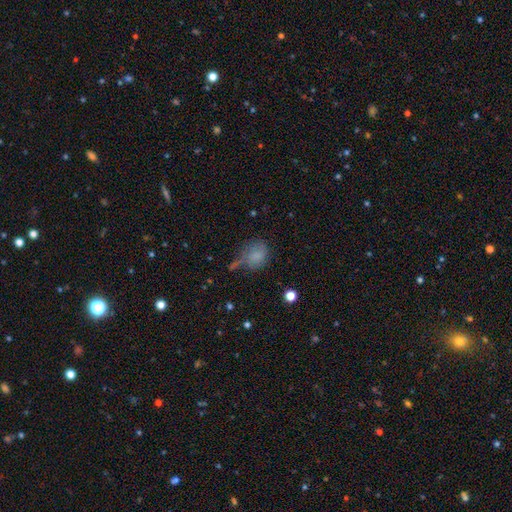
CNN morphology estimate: This appears to be a smooth galaxy with no disk features (73%) that is in between round and cigar-shaped (50%). Merging: none (42%).